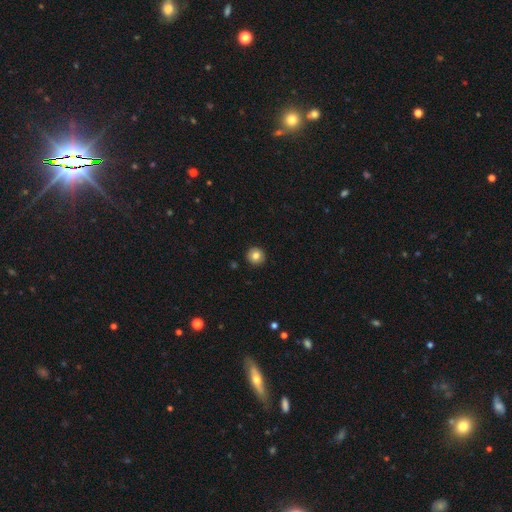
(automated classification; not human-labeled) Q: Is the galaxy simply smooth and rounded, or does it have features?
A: smooth — 81%.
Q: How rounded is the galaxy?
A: round — 95%.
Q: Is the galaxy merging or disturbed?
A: none — 93%.